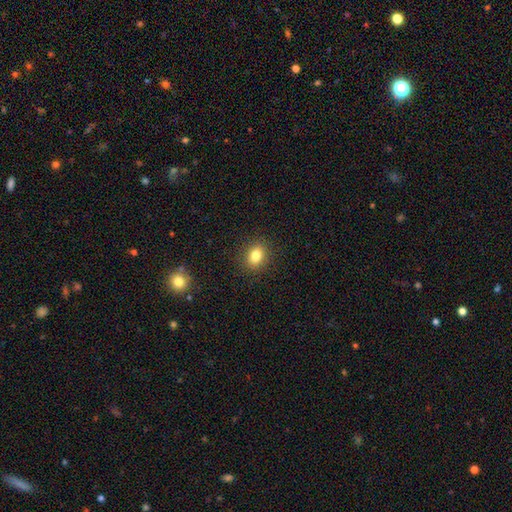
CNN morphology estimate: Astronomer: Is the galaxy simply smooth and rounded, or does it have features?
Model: smooth — 81%.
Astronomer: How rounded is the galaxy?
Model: in between — 51% (runner-up: round, 48%).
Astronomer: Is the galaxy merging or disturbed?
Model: none — 89%.